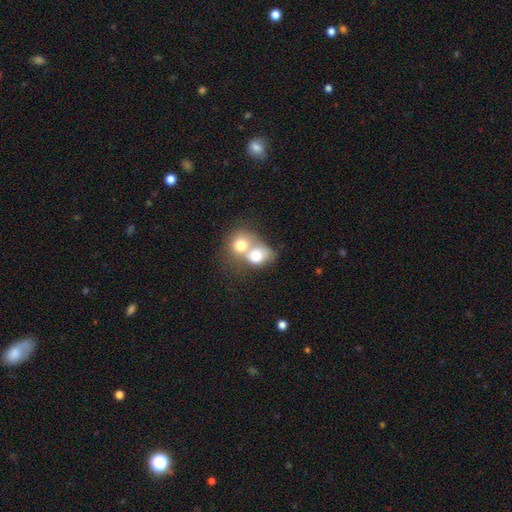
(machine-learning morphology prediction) The model was most divided on "how rounded": round: 54%, in between: 44%, cigar-shaped: 1%. More confident: merging — merger (73%); smooth or featured — smooth (72%).